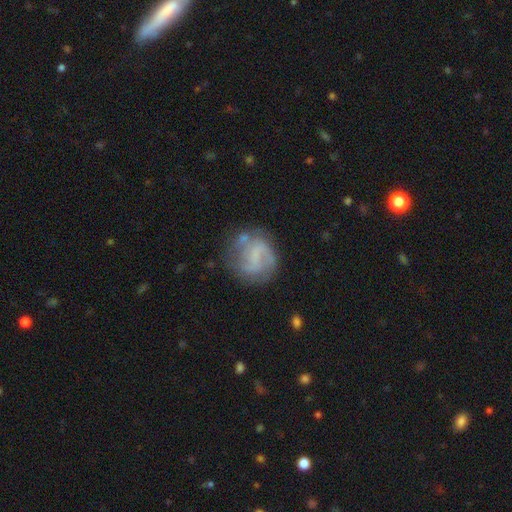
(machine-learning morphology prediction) Smooth or featured?
  - featured or disk: 64% *
  - smooth: 28%
  - star or artifact: 8%
Edge-on disk?
  - no: 98% *
  - yes: 2%
Bar?
  - weak: 45% *
  - no: 37%
  - strong: 17%
Spiral arms?
  - yes: 81% *
  - no: 19%
Spiral winding?
  - medium: 43% *
  - loose: 30%
  - tight: 27%
Spiral arm count?
  - 2: 64% *
  - can't tell: 17%
  - 1: 8%
  - 3: 7%
  - 4: 2%
  - more than 4: 2%
Bulge size?
  - none: 58% *
  - small: 25%
  - moderate: 12%
  - large: 3%
  - dominant: 1%
Merging?
  - none: 62% *
  - minor disturbance: 20%
  - major disturbance: 13%
  - merger: 5%